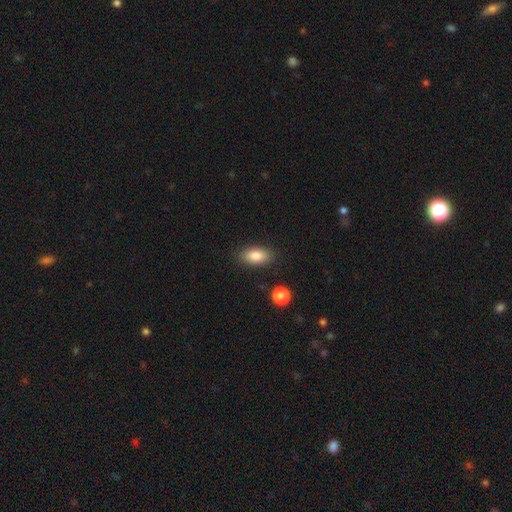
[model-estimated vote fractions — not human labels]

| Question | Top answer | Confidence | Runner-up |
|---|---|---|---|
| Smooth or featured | smooth | 86% | star or artifact (8%) |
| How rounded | in between | 90% | round (5%) |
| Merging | none | 86% | minor disturbance (9%) |